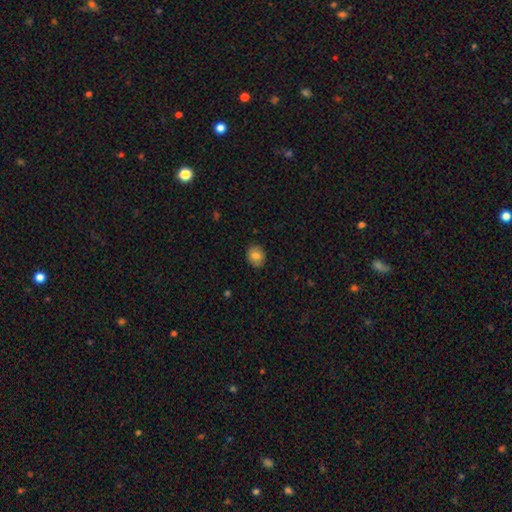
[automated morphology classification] A smooth galaxy with no disk features (82%) that is round (63%). Merging: none (89%).